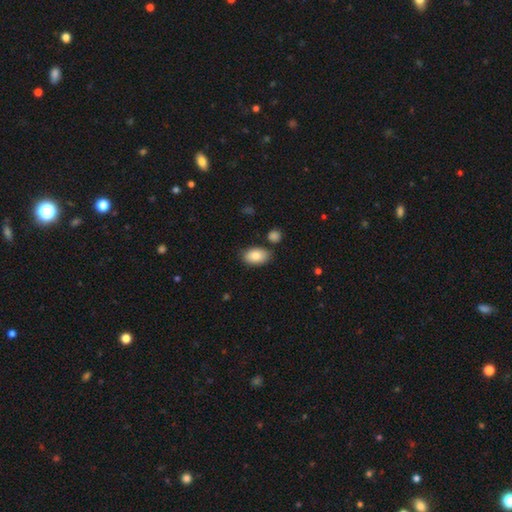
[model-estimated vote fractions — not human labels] Overall: smooth (85%). How rounded: in between (91%). Merging: none (79%).